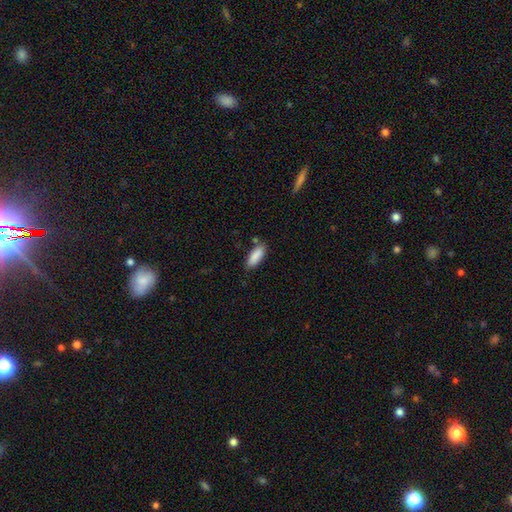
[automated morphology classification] Smooth or featured? Predicted: smooth (p=0.88). How rounded? Predicted: in between (p=0.69). Merging? Predicted: none (p=0.79).